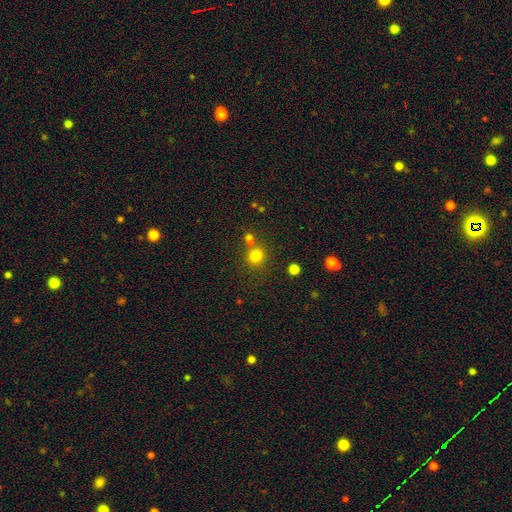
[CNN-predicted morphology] Overall: smooth (78%). How rounded: round (87%). Merging: none (67%).